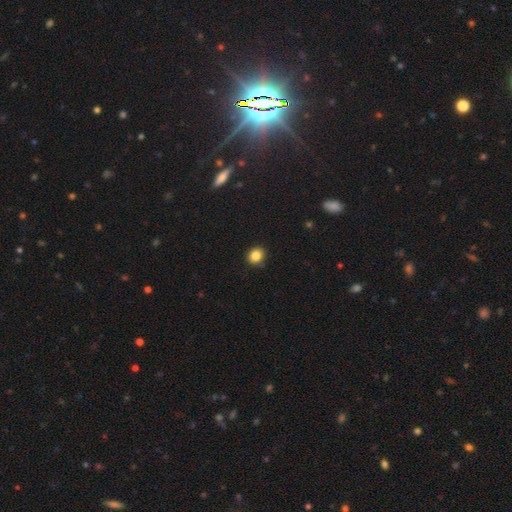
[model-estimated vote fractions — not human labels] The model was most divided on "how rounded": round: 79%, in between: 20%, cigar-shaped: 1%. More confident: merging — none (88%); smooth or featured — smooth (85%).